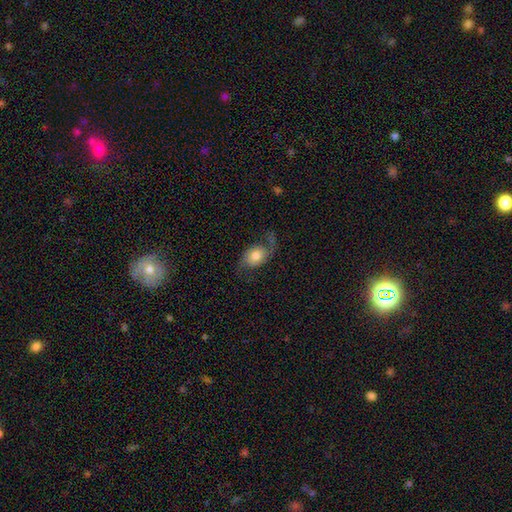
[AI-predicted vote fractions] Smooth or featured?
  - featured or disk: 51% *
  - smooth: 41%
  - star or artifact: 8%
Edge-on disk?
  - no: 95% *
  - yes: 5%
Merging?
  - none: 55% *
  - minor disturbance: 21%
  - major disturbance: 21%
  - merger: 3%